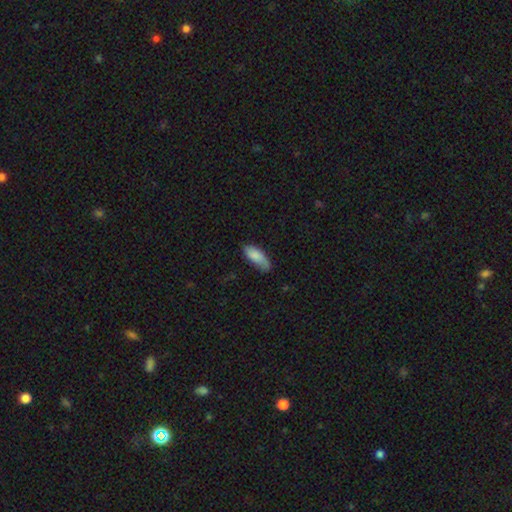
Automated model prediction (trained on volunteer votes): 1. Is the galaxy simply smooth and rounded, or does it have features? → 79% smooth, 15% featured or disk, 6% star or artifact.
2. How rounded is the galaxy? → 82% in between, 16% cigar-shaped, 2% round.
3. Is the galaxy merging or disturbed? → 62% none, 30% minor disturbance, 7% major disturbance, 2% merger.